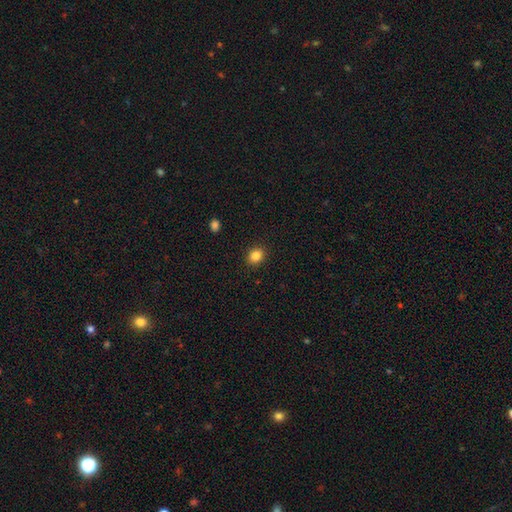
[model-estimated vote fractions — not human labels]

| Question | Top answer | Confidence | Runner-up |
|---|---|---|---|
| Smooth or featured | smooth | 85% | star or artifact (11%) |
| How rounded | round | 59% | in between (40%) |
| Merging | none | 90% | minor disturbance (7%) |